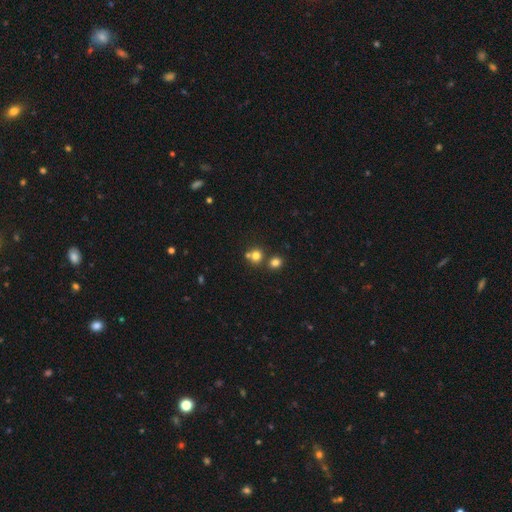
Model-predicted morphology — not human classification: smooth 76%, star or artifact 16%, featured or disk 8%. Down the decision tree: how rounded — round (85%); merging — none (59%).